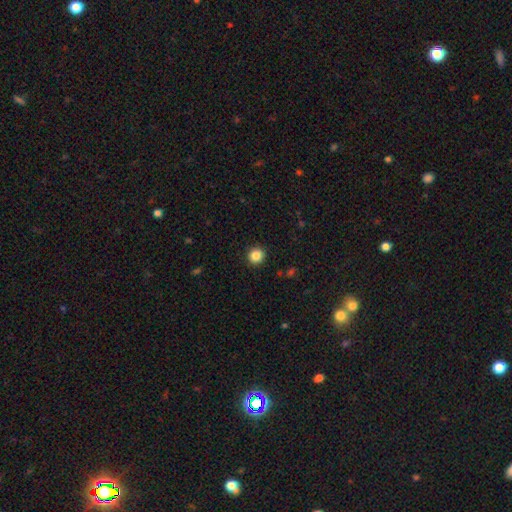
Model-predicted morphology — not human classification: A smooth galaxy with no disk features (85%) that is round (93%).

Vote fractions:
- Smooth or featured? smooth: 85% / star or artifact: 11% / featured or disk: 4%
- How rounded? round: 93% / in between: 6% / cigar-shaped: 1%
- Merging? none: 92% / minor disturbance: 5% / major disturbance: 2% / merger: 1%